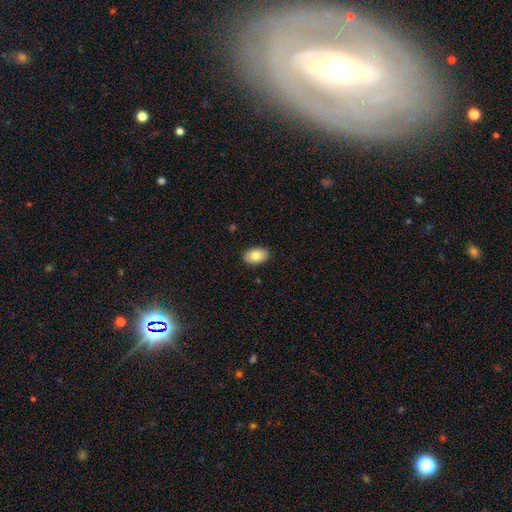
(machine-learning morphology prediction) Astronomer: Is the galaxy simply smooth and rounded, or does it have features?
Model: smooth — 82%.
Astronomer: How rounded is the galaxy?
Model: in between — 88%.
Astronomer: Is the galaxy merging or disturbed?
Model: none — 88%.